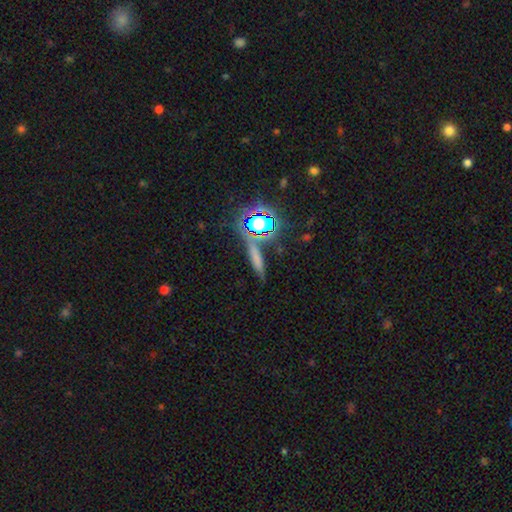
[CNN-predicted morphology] Smooth or featured? smooth (54%)
How rounded? cigar-shaped (78%)
Merging? none (75%)